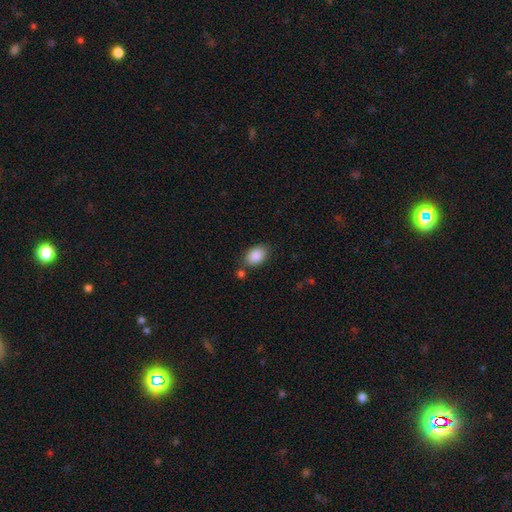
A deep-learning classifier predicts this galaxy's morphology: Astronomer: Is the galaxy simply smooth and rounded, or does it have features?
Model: smooth — 88%.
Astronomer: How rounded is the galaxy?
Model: in between — 86%.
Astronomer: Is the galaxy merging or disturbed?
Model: none — 74%.